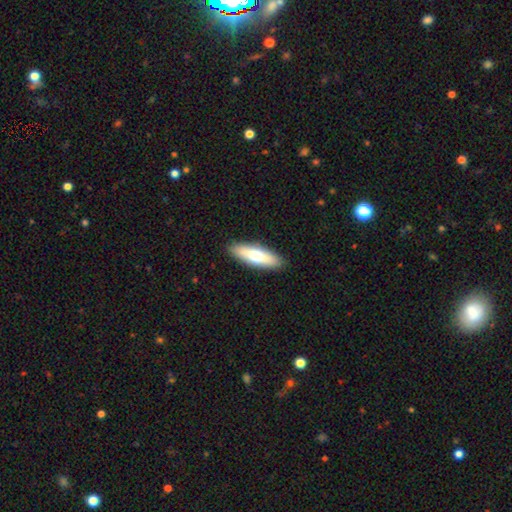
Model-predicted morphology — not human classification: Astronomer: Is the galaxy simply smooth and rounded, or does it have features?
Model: smooth — 63%.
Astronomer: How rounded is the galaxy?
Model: cigar-shaped — 50% (runner-up: in between, 48%).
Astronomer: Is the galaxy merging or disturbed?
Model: none — 90%.